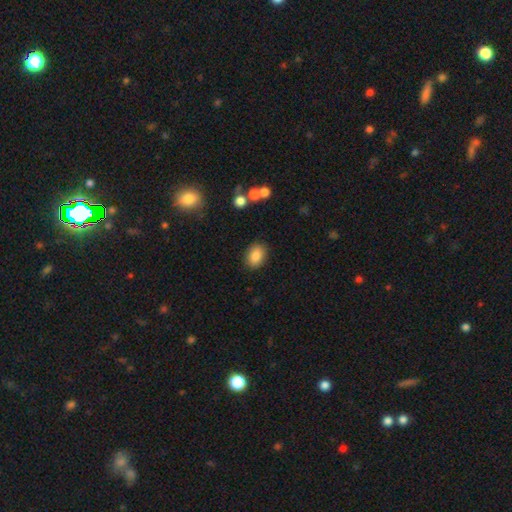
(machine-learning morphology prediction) A smooth galaxy with no disk features (86%) that is in between round and cigar-shaped (74%). Merging: none (87%).